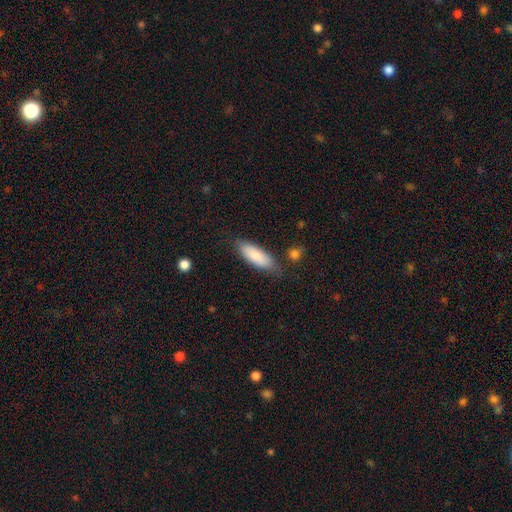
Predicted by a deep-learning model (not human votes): A smooth galaxy with no disk features (86%) that is in between round and cigar-shaped (66%). Merging: none (76%).